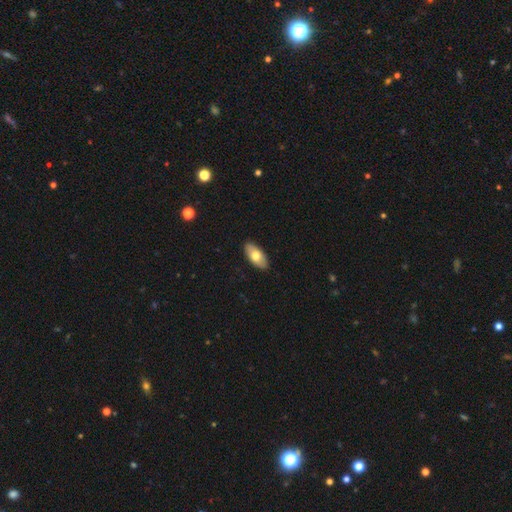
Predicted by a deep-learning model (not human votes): Smooth or featured? smooth (72%)
How rounded? in between (91%)
Merging? none (90%)